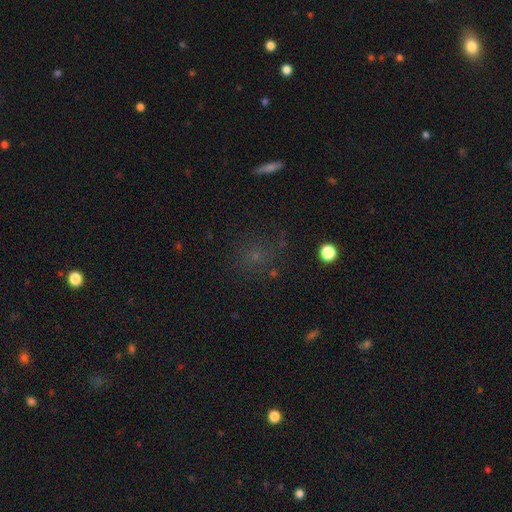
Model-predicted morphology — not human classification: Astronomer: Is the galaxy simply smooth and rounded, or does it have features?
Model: smooth — 49% (runner-up: star or artifact, 36%).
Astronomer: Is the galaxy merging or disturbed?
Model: none — 73%.